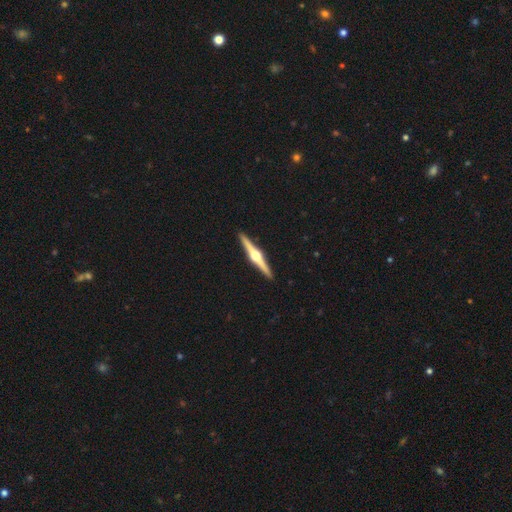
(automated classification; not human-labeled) Smooth or featured: featured or disk — 85% (smooth — 11%)
Edge-on disk: yes — 99% (no — 1%)
Edge-on bulge: rounded — 96% (boxy — 3%)
Merging: none — 93% (minor disturbance — 5%)